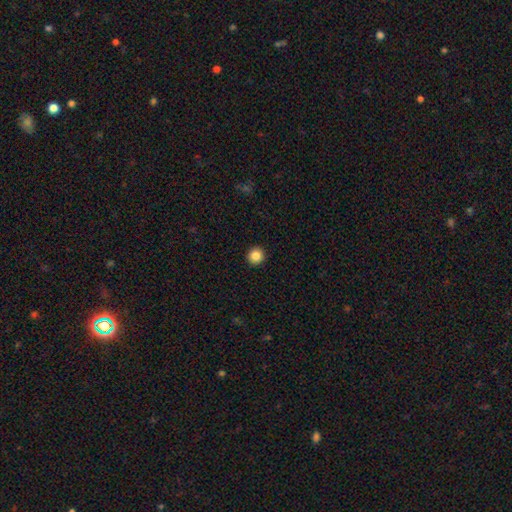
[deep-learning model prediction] The model was most divided on "smooth or featured": smooth: 86%, star or artifact: 10%, featured or disk: 4%. More confident: how rounded — round (94%); merging — none (93%).